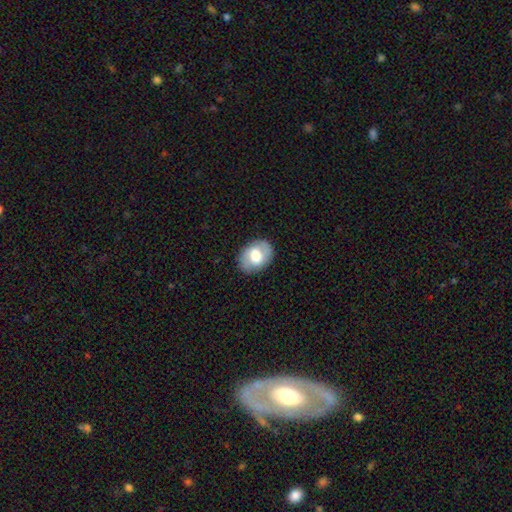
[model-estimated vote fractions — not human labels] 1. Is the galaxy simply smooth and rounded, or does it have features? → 54% smooth, 39% featured or disk, 7% star or artifact.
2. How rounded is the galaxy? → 76% in between, 23% round, 1% cigar-shaped.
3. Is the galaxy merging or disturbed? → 84% none, 12% minor disturbance, 4% major disturbance, 1% merger.